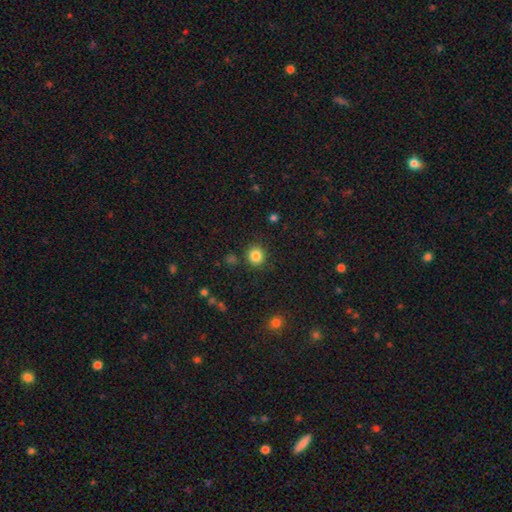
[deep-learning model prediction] Smooth or featured? smooth (84%)
How rounded? round (90%)
Merging? none (87%)